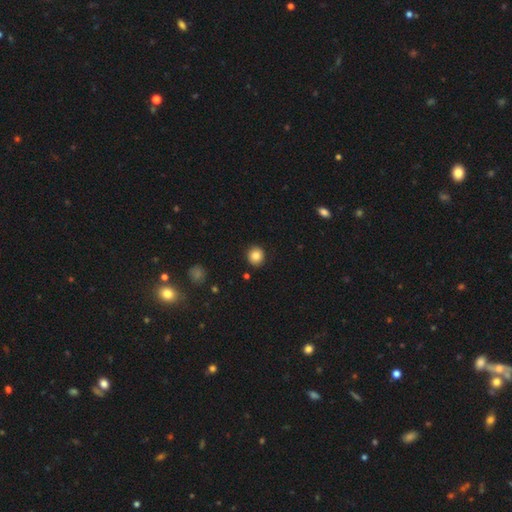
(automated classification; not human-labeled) Overall: smooth (84%). How rounded: round (85%). Merging: none (90%).